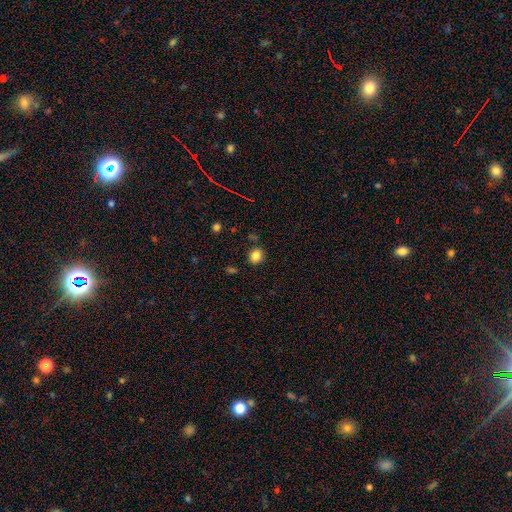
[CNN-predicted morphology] smooth-or-featured: smooth: 83% | star or artifact: 11% | featured or disk: 5%
  how-rounded: round: 71% | in between: 28% | cigar-shaped: 1%
  merging: none: 84% | minor disturbance: 10% | merger: 3% | major disturbance: 3%